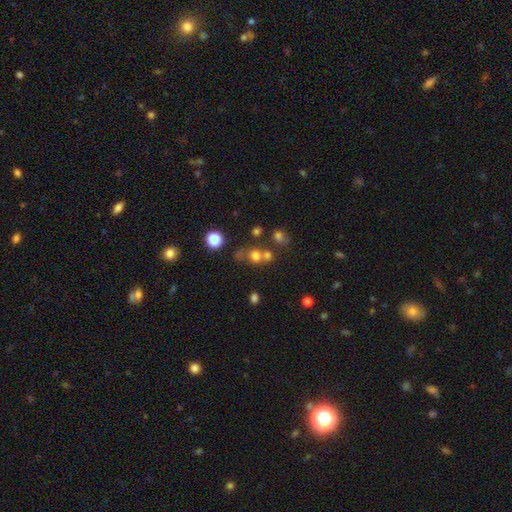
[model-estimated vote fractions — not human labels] Q: Smooth or featured?
A: smooth (66%); runner-up: star or artifact (21%)
Q: How rounded?
A: round (78%); runner-up: in between (20%)
Q: Merging?
A: none (46%); runner-up: merger (37%)